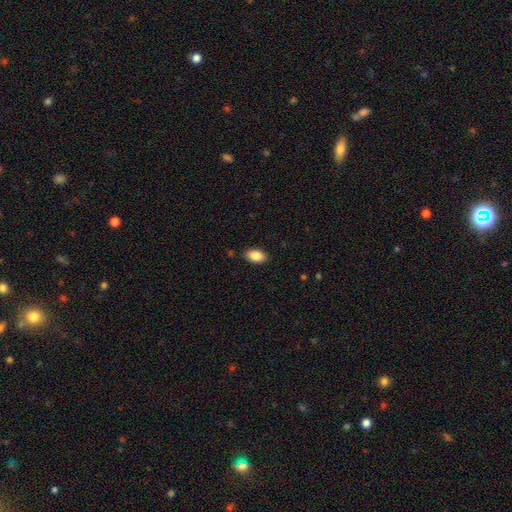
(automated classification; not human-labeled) Smooth or featured? smooth (88%)
How rounded? in between (93%)
Merging? none (87%)